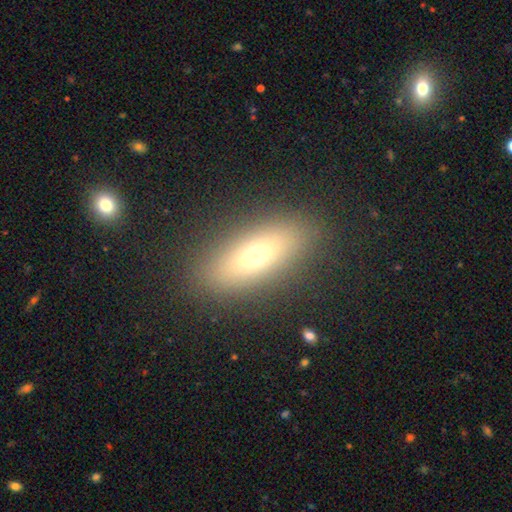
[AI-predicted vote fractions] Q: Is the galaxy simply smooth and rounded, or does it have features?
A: smooth — 65%.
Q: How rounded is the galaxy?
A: in between — 61%.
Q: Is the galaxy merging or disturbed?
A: none — 87%.